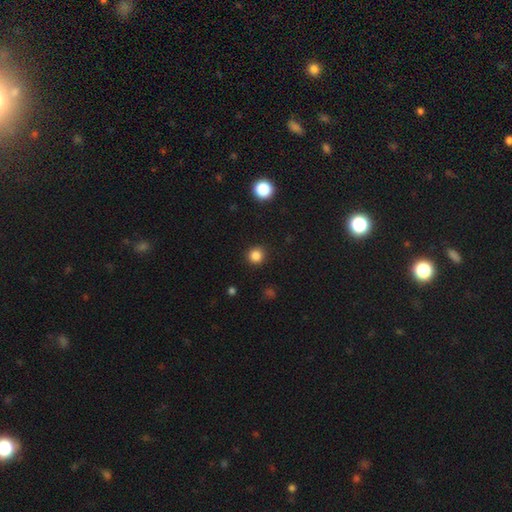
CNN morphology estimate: A smooth galaxy with no disk features (84%) that is round (93%).

Vote fractions:
- Smooth or featured? smooth: 84% / star or artifact: 13% / featured or disk: 4%
- How rounded? round: 93% / in between: 6% / cigar-shaped: 1%
- Merging? none: 91% / minor disturbance: 6% / major disturbance: 2% / merger: 1%